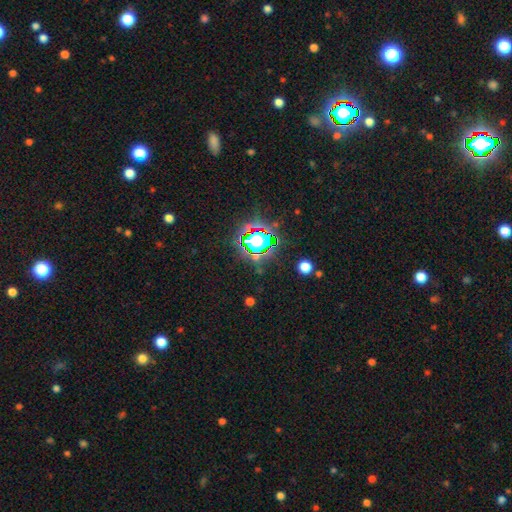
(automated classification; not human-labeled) A star or artifact, not a galaxy (82%).

Vote fractions:
- Smooth or featured? star or artifact: 82% / smooth: 11% / featured or disk: 7%